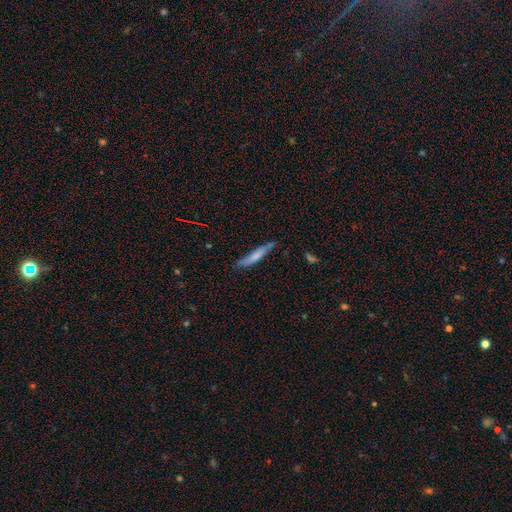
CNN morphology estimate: smooth-or-featured: smooth: 64% | featured or disk: 29% | star or artifact: 6%
  how-rounded: cigar-shaped: 92% | in between: 7% | round: 1%
  merging: none: 69% | minor disturbance: 23% | major disturbance: 4% | merger: 4%